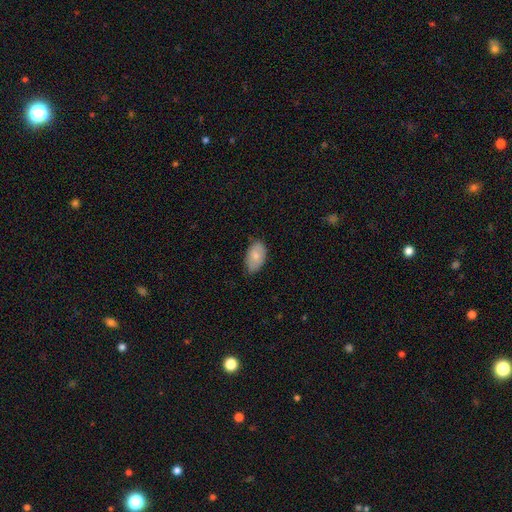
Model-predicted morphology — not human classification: smooth-or-featured: smooth: 76% | featured or disk: 18% | star or artifact: 6%
  how-rounded: in between: 93% | round: 6% | cigar-shaped: 1%
  merging: none: 76% | minor disturbance: 20% | major disturbance: 3% | merger: 1%